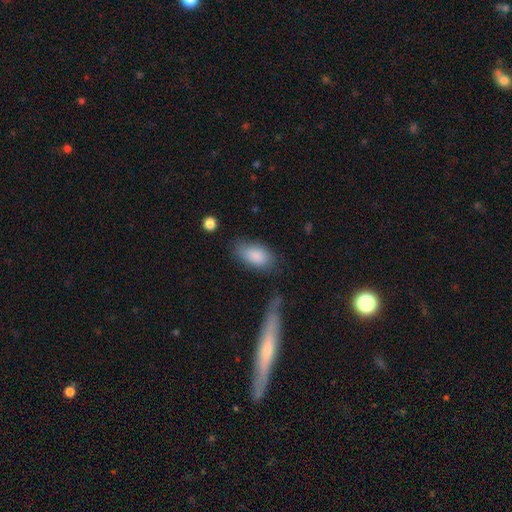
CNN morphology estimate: This appears to be a smooth galaxy with no disk features (87%) that is in between round and cigar-shaped (93%). Merging: none (69%).